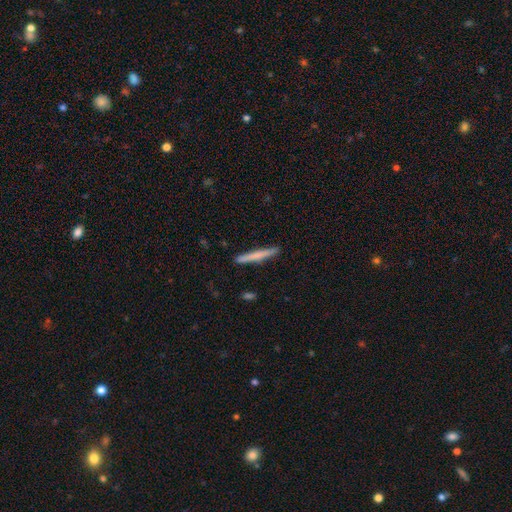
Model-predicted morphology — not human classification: A smooth galaxy with no disk features (60%) that is cigar-shaped (96%). Merging: none (90%).